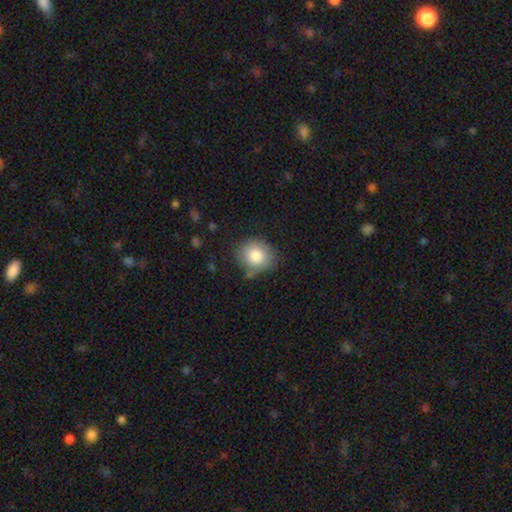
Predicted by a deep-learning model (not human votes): Smooth or featured: smooth — 83% (star or artifact — 8%)
How rounded: round — 76% (in between — 23%)
Merging: none — 68% (minor disturbance — 21%)